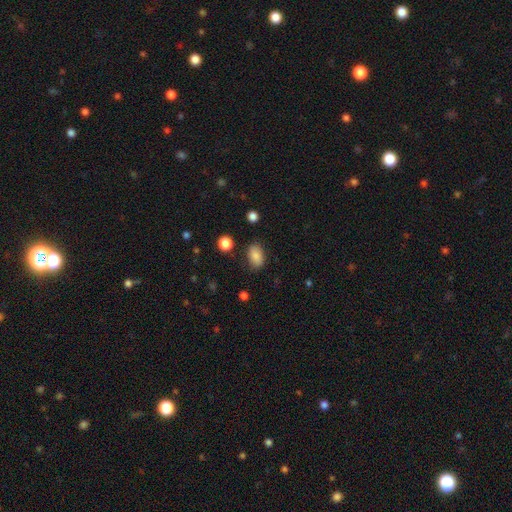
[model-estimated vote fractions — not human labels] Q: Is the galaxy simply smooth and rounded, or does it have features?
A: smooth — 85%.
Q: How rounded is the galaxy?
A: in between — 88%.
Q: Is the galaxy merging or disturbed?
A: none — 81%.